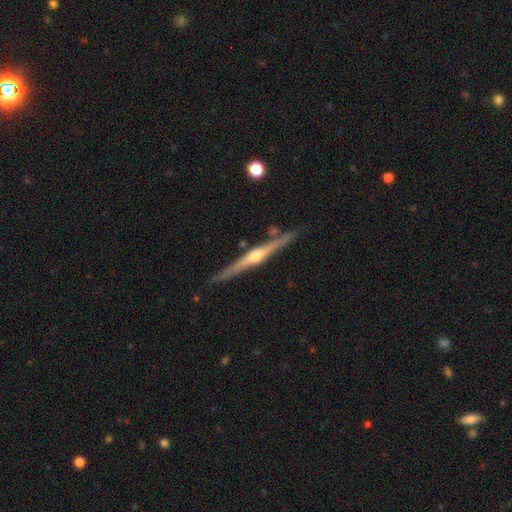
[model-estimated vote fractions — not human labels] Smooth or featured? featured or disk (84%)
Edge-on disk? yes (98%)
Edge-on bulge? rounded (91%)
Merging? none (87%)